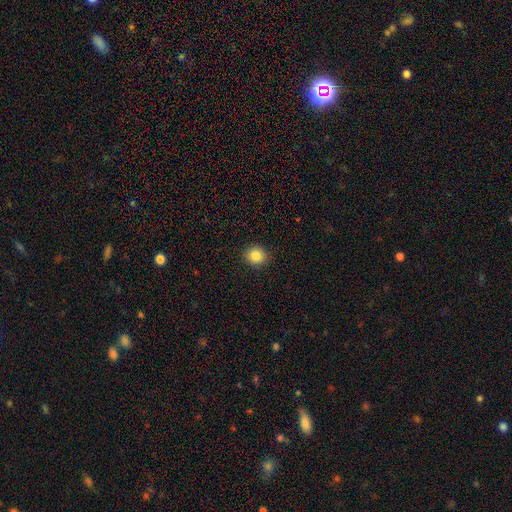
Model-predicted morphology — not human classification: This appears to be a smooth galaxy with no disk features (85%) that is round (83%). Merging: none (91%).